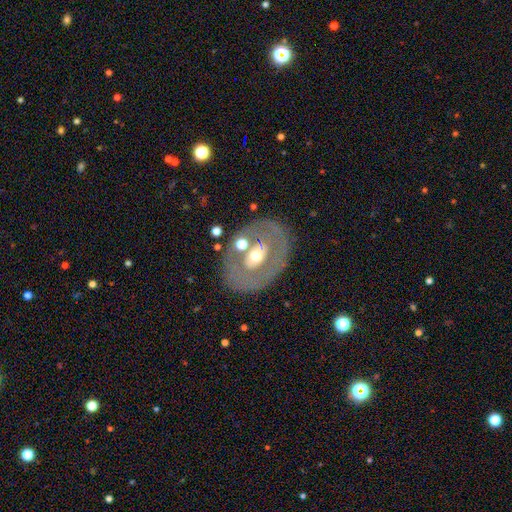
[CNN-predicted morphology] Smooth or featured? featured or disk (73%)
Edge-on disk? no (95%)
Bar? no (49%)
Spiral arms? yes (50%, tied with no)
Bulge size? moderate (63%)
Merging? none (73%)